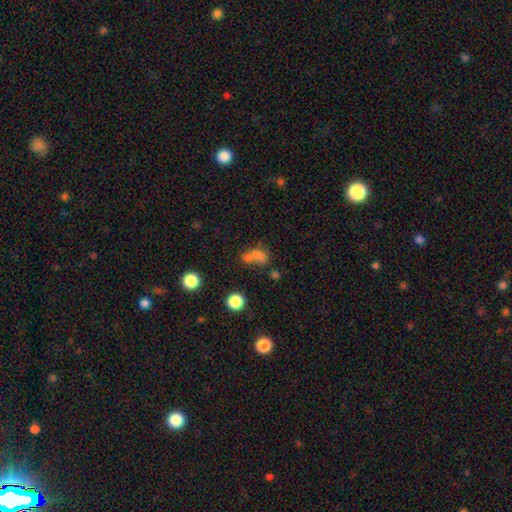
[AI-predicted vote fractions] Smooth or featured? smooth (65%)
How rounded? in between (56%)
Merging? merger (51%)